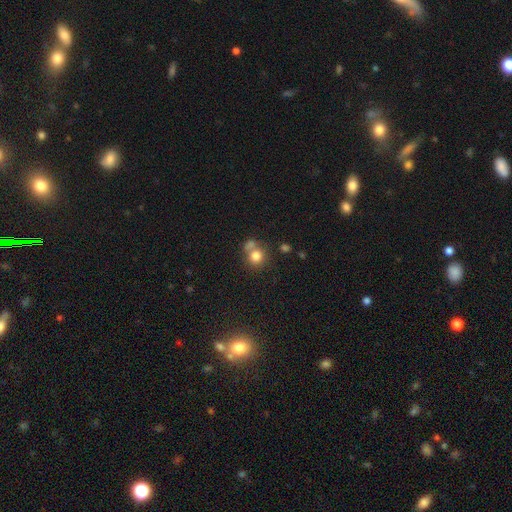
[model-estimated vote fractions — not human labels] Q: Smooth or featured?
A: smooth (78%); runner-up: star or artifact (12%)
Q: How rounded?
A: round (86%); runner-up: in between (13%)
Q: Merging?
A: none (52%); runner-up: merger (32%)